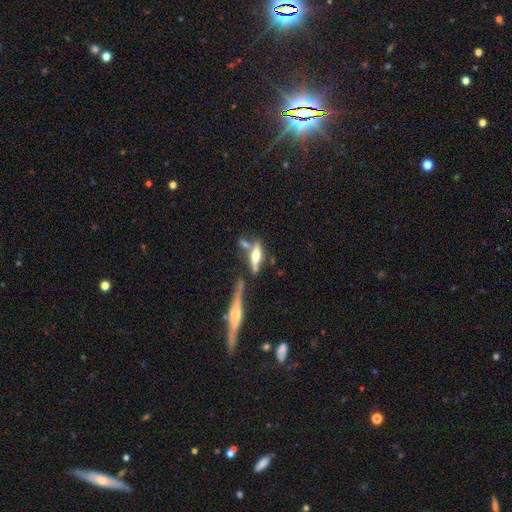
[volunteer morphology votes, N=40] Smooth or featured? featured or disk (52%)
Edge-on disk? yes (100%)
Edge-on bulge? rounded (90%)
Merging? none (41%)